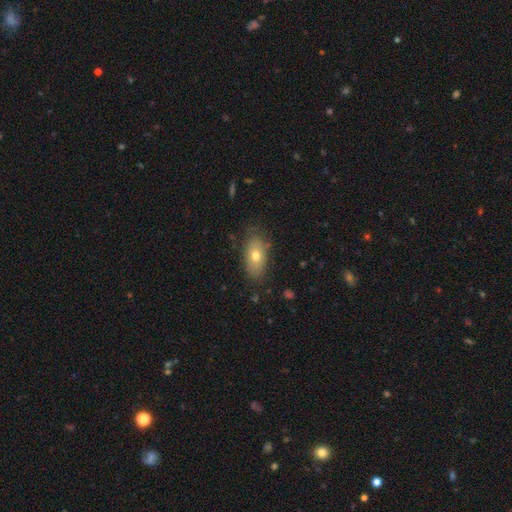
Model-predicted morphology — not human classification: A smooth galaxy with no disk features (71%) that is in between round and cigar-shaped (88%).

Vote fractions:
- Smooth or featured? smooth: 71% / featured or disk: 21% / star or artifact: 8%
- How rounded? in between: 88% / round: 7% / cigar-shaped: 5%
- Merging? none: 78% / minor disturbance: 16% / major disturbance: 4% / merger: 1%